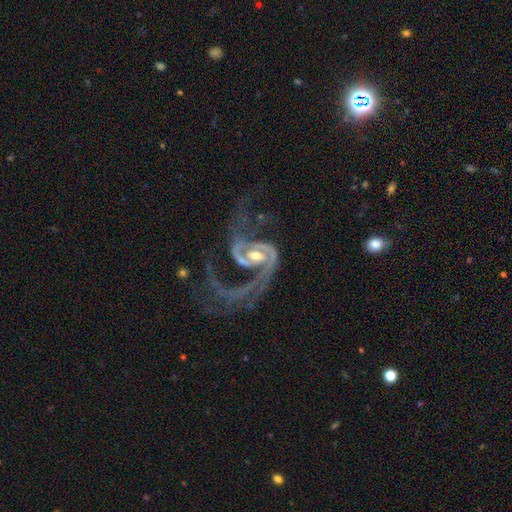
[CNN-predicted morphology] The model was most divided on "spiral winding": medium: 42%, loose: 40%, tight: 18%. Remaining: edge-on disk — no (97%); spiral arms — yes (95%); smooth or featured — featured or disk (90%); bulge size — moderate (67%); spiral arm count — 2 (65%); merging — major disturbance (47%); bar — weak (41%).